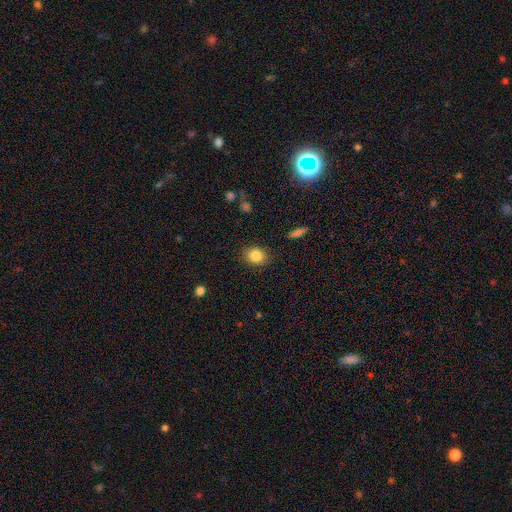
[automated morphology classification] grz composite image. It shows a smooth galaxy with no disk features (85%) that is in between round and cigar-shaped (50%). Merging: none (85%).